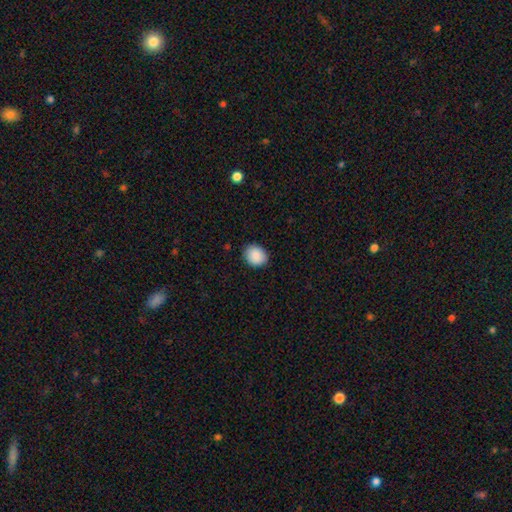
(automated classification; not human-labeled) Q: Smooth or featured?
A: smooth (90%); runner-up: star or artifact (7%)
Q: How rounded?
A: round (60%); runner-up: in between (39%)
Q: Merging?
A: none (86%); runner-up: minor disturbance (11%)